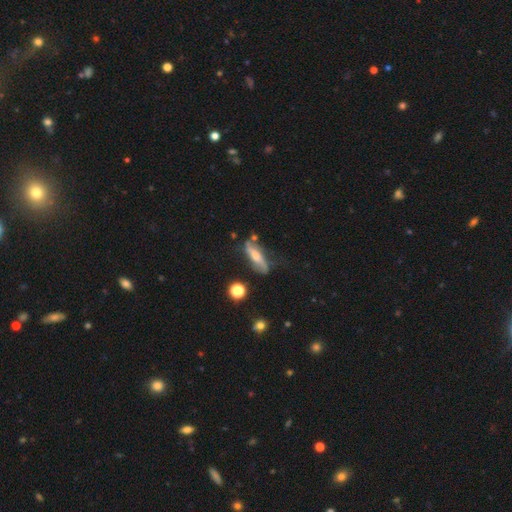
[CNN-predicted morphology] smooth-or-featured: featured or disk: 50% | smooth: 41% | star or artifact: 8%
  disk-edge-on: yes: 57% | no: 43%
  merging: none: 55% | minor disturbance: 26% | major disturbance: 12% | merger: 7%